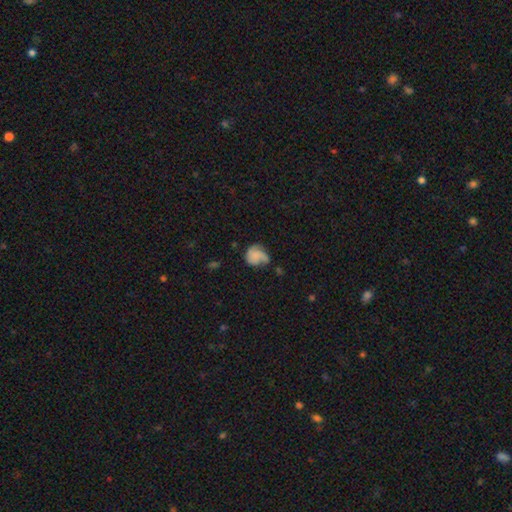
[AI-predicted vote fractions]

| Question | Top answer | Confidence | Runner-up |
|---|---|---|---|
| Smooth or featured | smooth | 50% | featured or disk (41%) |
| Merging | none | 39% | minor disturbance (32%) |